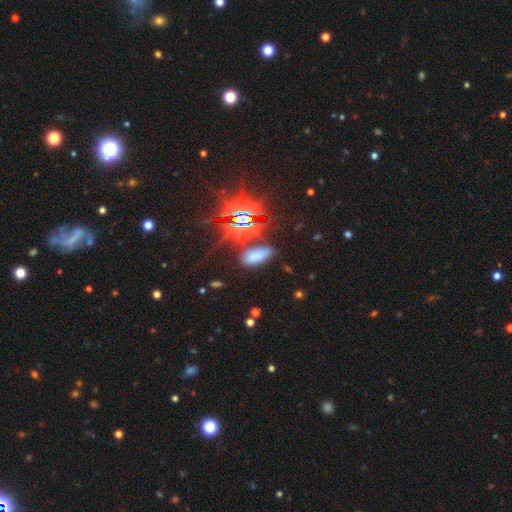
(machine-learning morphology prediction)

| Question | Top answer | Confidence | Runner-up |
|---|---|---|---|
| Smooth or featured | smooth | 60% | star or artifact (33%) |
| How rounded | in between | 83% | cigar-shaped (12%) |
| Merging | none | 73% | minor disturbance (15%) |